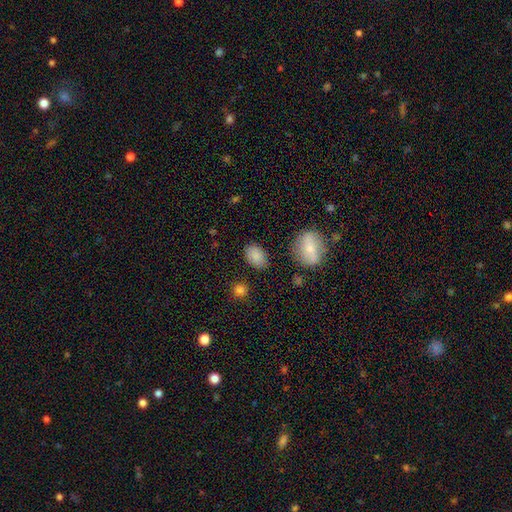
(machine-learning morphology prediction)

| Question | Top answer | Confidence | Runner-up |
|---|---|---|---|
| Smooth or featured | smooth | 86% | star or artifact (9%) |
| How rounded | in between | 86% | round (12%) |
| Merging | none | 83% | minor disturbance (12%) |